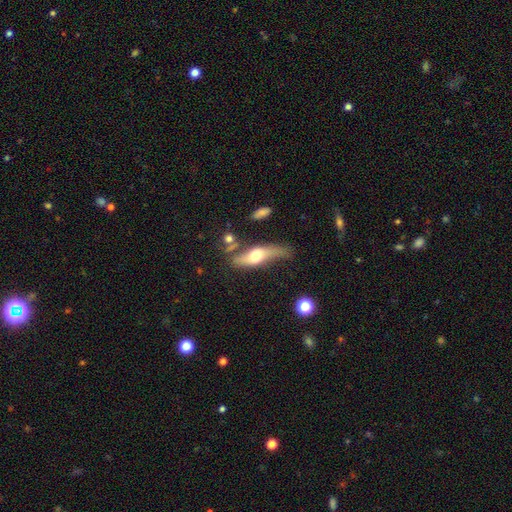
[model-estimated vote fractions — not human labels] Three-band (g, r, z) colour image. It shows a featured or disk galaxy (51%) viewed edge-on (59%). Merging: none (46%).